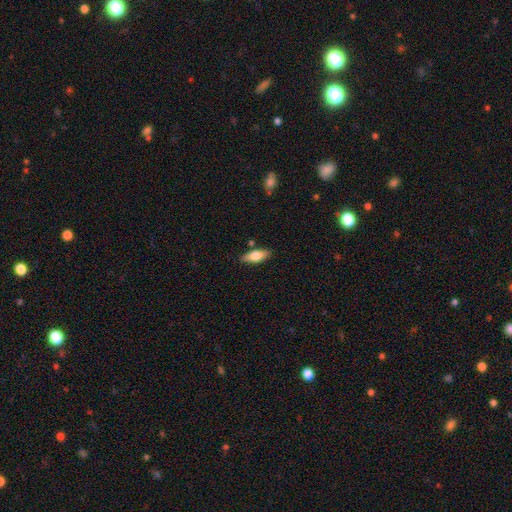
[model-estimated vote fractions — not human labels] A smooth galaxy with no disk features (71%) that is in between round and cigar-shaped (69%).

Vote fractions:
- Smooth or featured? smooth: 71% / featured or disk: 23% / star or artifact: 6%
- How rounded? in between: 69% / cigar-shaped: 29% / round: 2%
- Merging? none: 81% / minor disturbance: 12% / merger: 4% / major disturbance: 2%